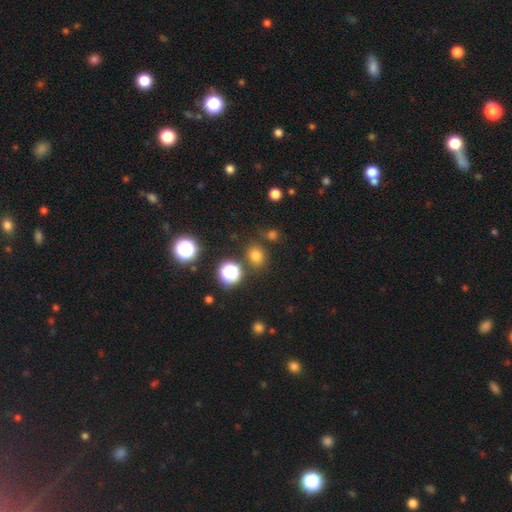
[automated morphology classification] smooth_or_featured: smooth (p=0.73) [alt: star or artifact p=0.21]
how_rounded: round (p=0.67) [alt: in between p=0.32]
merging: none (p=0.81) [alt: minor disturbance p=0.10]